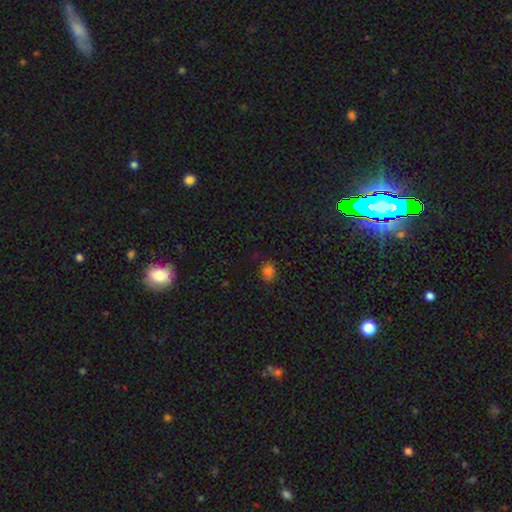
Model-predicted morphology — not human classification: smooth_or_featured: smooth (p=0.67) [alt: star or artifact p=0.26]
how_rounded: round (p=0.51) [alt: in between p=0.47]
merging: none (p=0.79) [alt: minor disturbance p=0.15]